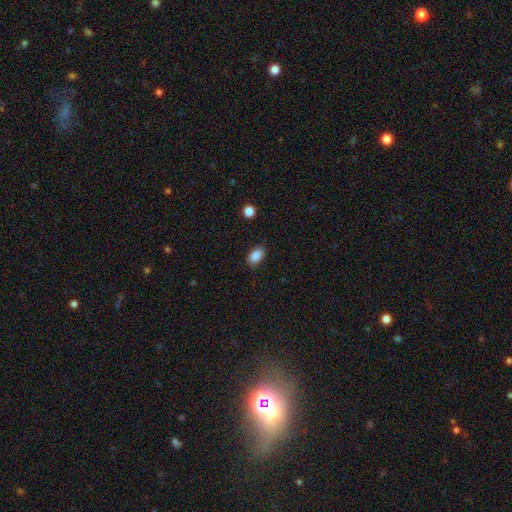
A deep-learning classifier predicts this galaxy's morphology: smooth 87%, star or artifact 8%, featured or disk 5%. Down the decision tree: how rounded — in between (90%); merging — none (85%).